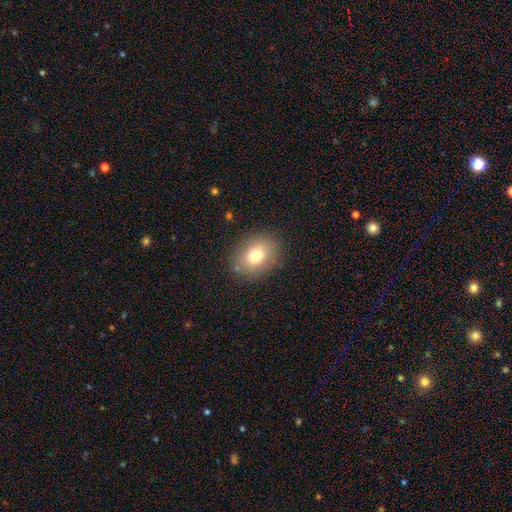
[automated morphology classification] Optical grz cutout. It shows a smooth galaxy with no disk features (76%) that is in between round and cigar-shaped (55%). Merging: none (84%).